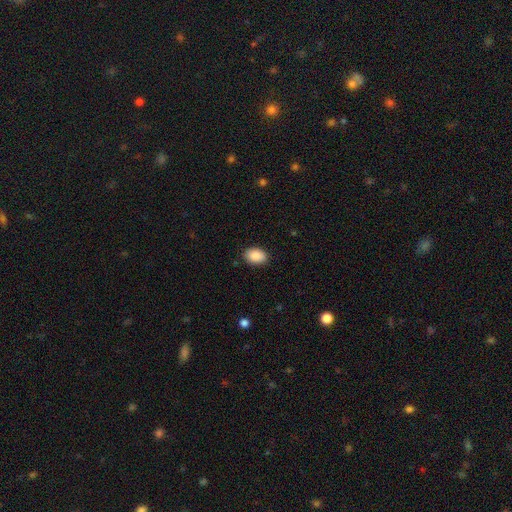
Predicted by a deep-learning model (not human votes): A smooth galaxy with no disk features (90%) that is in between round and cigar-shaped (82%). Merging: none (88%).